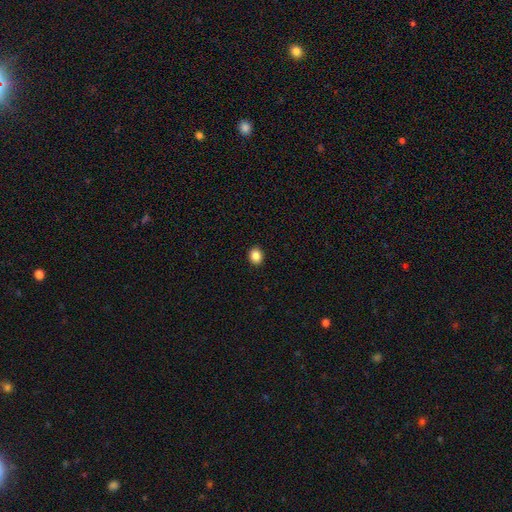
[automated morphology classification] A smooth galaxy with no disk features (86%) that is round (68%). Merging: none (92%).